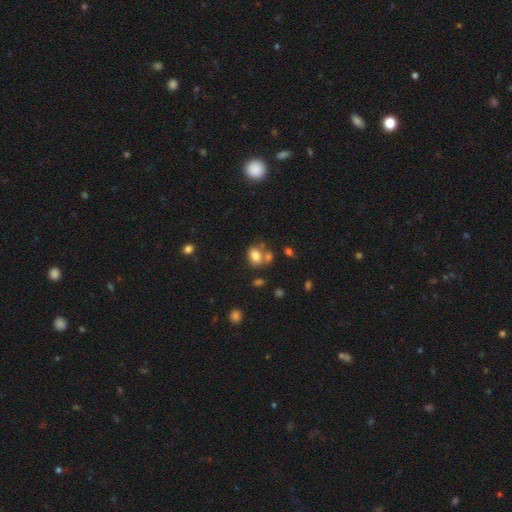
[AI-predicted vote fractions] Smooth or featured? smooth (79%)
How rounded? in between (66%)
Merging? none (51%)